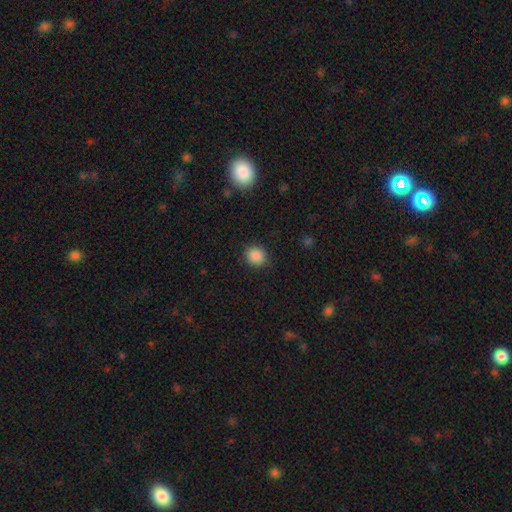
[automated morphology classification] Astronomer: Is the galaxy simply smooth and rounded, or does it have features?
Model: smooth — 86%.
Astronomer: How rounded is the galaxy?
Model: round — 81%.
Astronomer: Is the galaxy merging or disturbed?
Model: none — 86%.